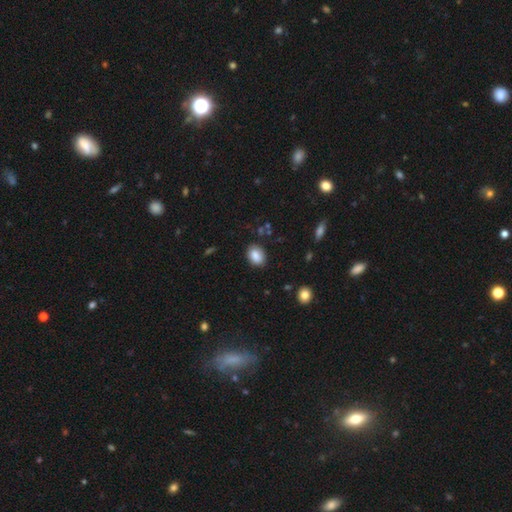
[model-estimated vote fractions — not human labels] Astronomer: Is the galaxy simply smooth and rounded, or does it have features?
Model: smooth — 86%.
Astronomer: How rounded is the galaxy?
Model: in between — 69%.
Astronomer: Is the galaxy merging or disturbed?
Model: none — 85%.